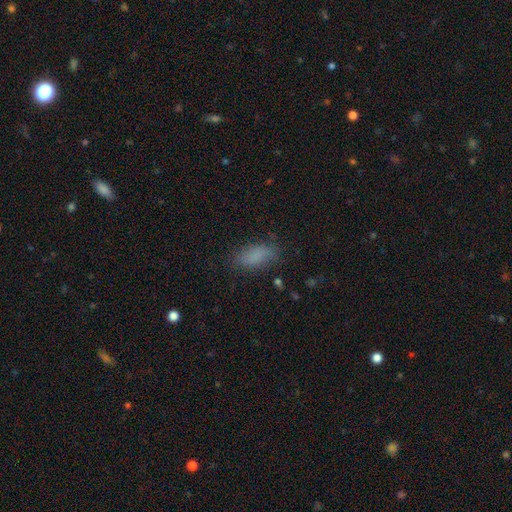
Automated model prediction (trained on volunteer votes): Smooth or featured: smooth — 82% (star or artifact — 10%)
How rounded: in between — 85% (cigar-shaped — 12%)
Merging: none — 77% (minor disturbance — 16%)